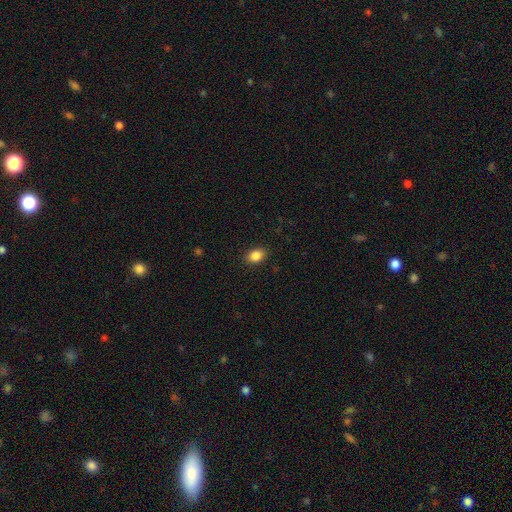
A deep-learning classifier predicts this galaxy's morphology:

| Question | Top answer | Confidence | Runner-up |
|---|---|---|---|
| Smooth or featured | smooth | 87% | star or artifact (9%) |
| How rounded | in between | 73% | round (26%) |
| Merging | none | 89% | minor disturbance (8%) |